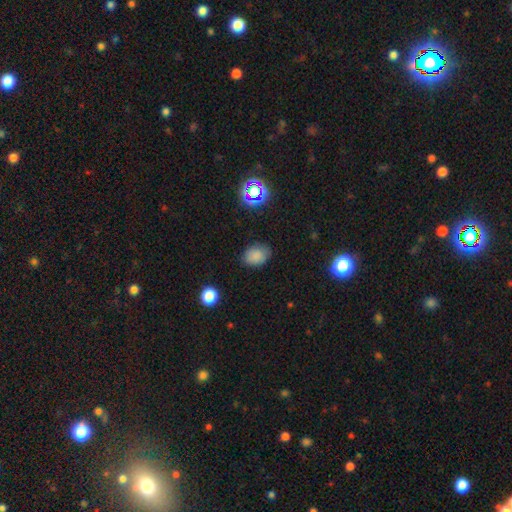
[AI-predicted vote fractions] A smooth galaxy with no disk features (81%) that is in between round and cigar-shaped (73%). Merging: none (80%).